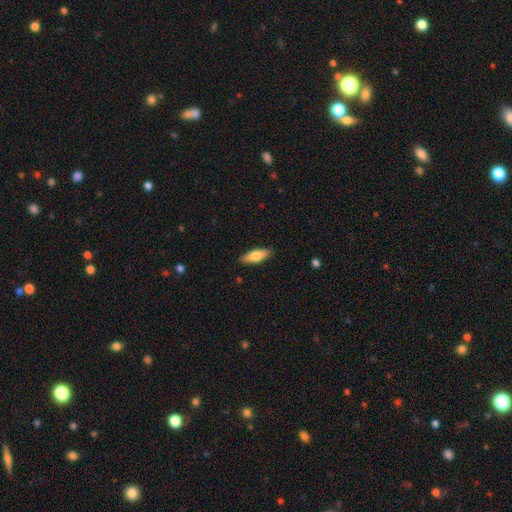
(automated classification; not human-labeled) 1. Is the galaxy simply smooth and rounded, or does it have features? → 71% smooth, 23% featured or disk, 6% star or artifact.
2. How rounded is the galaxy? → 62% in between, 35% cigar-shaped, 2% round.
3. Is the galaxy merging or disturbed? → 88% none, 9% minor disturbance, 2% major disturbance, 1% merger.